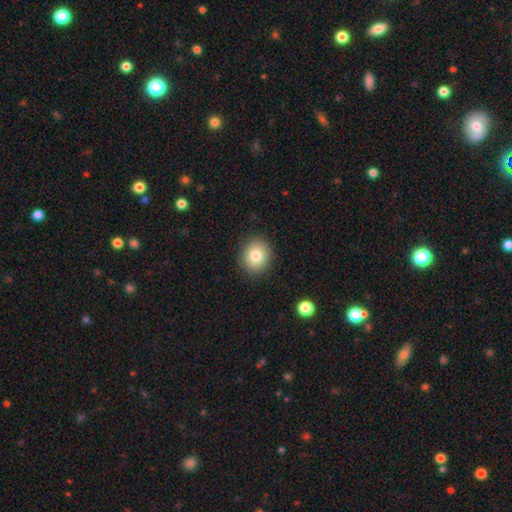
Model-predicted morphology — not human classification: smooth_or_featured: smooth (p=0.81) [alt: star or artifact p=0.10]
how_rounded: round (p=0.76) [alt: in between p=0.24]
merging: none (p=0.89) [alt: minor disturbance p=0.07]